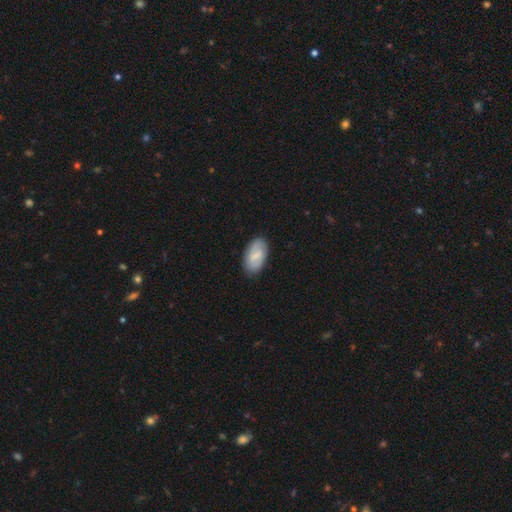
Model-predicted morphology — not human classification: A smooth galaxy with no disk features (69%) that is in between round and cigar-shaped (95%).

Vote fractions:
- Smooth or featured? smooth: 69% / featured or disk: 25% / star or artifact: 6%
- How rounded? in between: 95% / round: 3% / cigar-shaped: 2%
- Merging? none: 84% / minor disturbance: 12% / major disturbance: 3% / merger: 1%